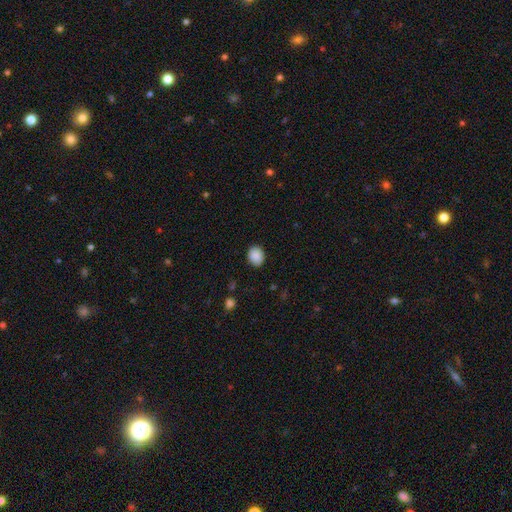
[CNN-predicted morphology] A smooth galaxy with no disk features (89%) that is round (56%). Merging: none (88%).